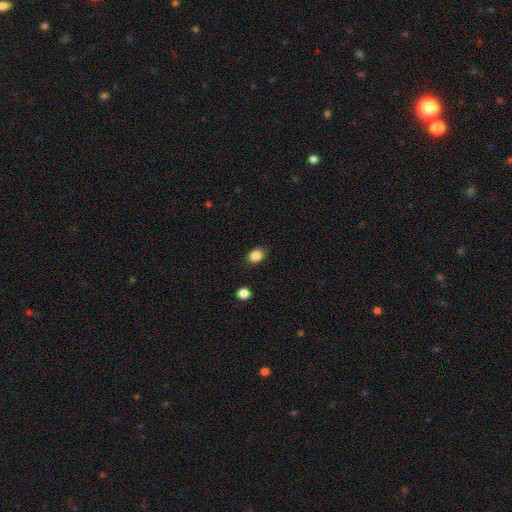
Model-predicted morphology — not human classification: smooth 86%, star or artifact 10%, featured or disk 4%. Down the decision tree: how rounded — in between (57%); merging — none (85%).